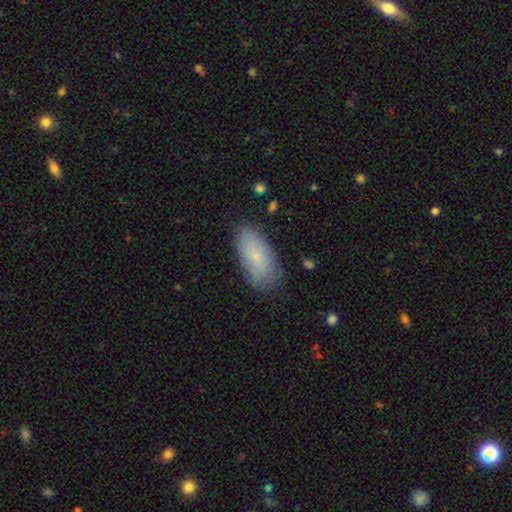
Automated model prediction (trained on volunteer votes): The model was most divided on "merging": none: 72%, minor disturbance: 22%, major disturbance: 5%, merger: 2%. More confident: how rounded — in between (91%); smooth or featured — smooth (75%).